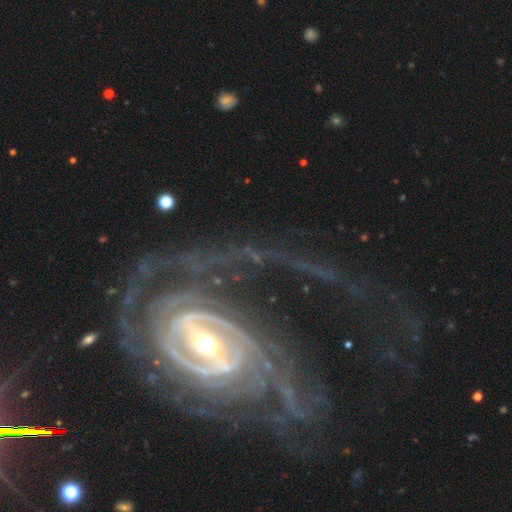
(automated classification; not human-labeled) Q: Smooth or featured?
A: featured or disk (90%); runner-up: star or artifact (6%)
Q: Edge-on disk?
A: no (95%); runner-up: yes (5%)
Q: Bar?
A: strong (57%); runner-up: weak (27%)
Q: Spiral arms?
A: yes (95%); runner-up: no (5%)
Q: Spiral winding?
A: tight (56%); runner-up: medium (31%)
Q: Spiral arm count?
A: 2 (37%); runner-up: can't tell (19%)
Q: Bulge size?
A: moderate (60%); runner-up: small (31%)
Q: Merging?
A: none (59%); runner-up: major disturbance (23%)